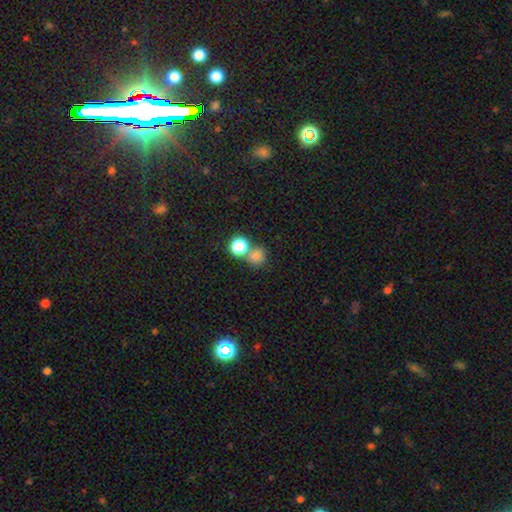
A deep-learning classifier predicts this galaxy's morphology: Smooth or featured? Predicted: smooth (p=0.76). How rounded? Predicted: round (p=0.83). Merging? Predicted: none (p=0.52).